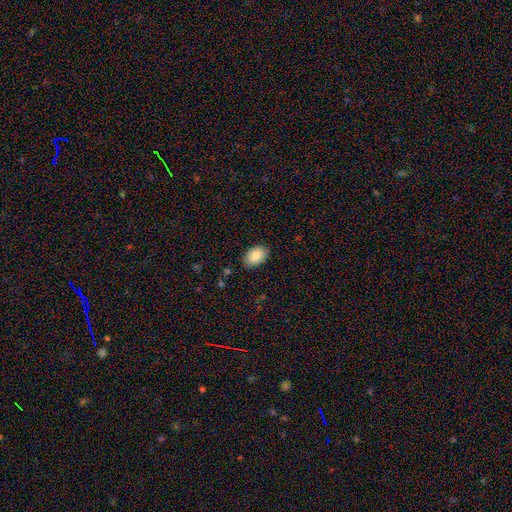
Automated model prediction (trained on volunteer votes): smooth_or_featured: smooth (p=0.87) [alt: star or artifact p=0.07]
how_rounded: in between (p=0.87) [alt: round p=0.12]
merging: none (p=0.86) [alt: minor disturbance p=0.11]